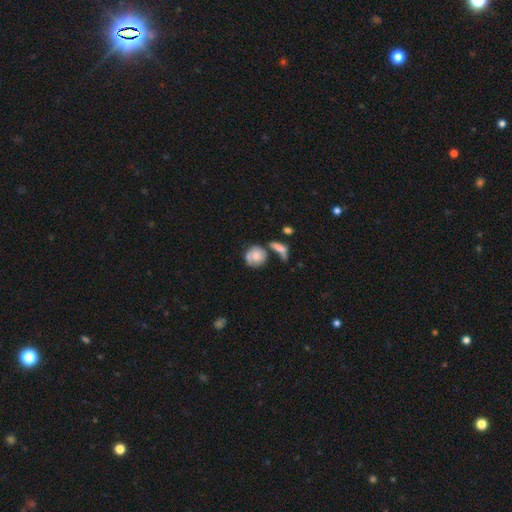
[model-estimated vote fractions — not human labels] A smooth galaxy with no disk features (57%) that is round (77%). Merging: none (44%).